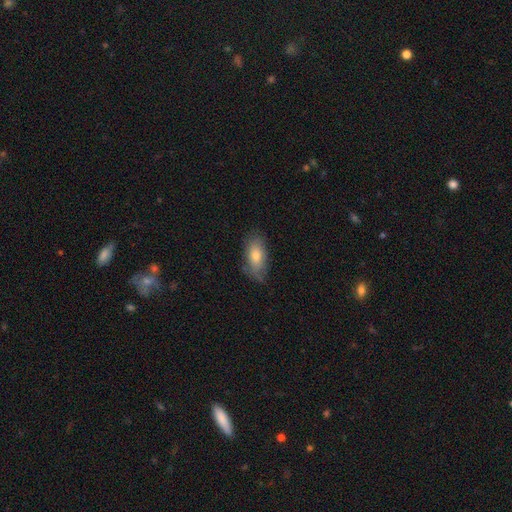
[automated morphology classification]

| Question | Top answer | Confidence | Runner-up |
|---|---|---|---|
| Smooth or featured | smooth | 72% | featured or disk (20%) |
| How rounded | in between | 88% | cigar-shaped (8%) |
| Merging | none | 72% | minor disturbance (22%) |